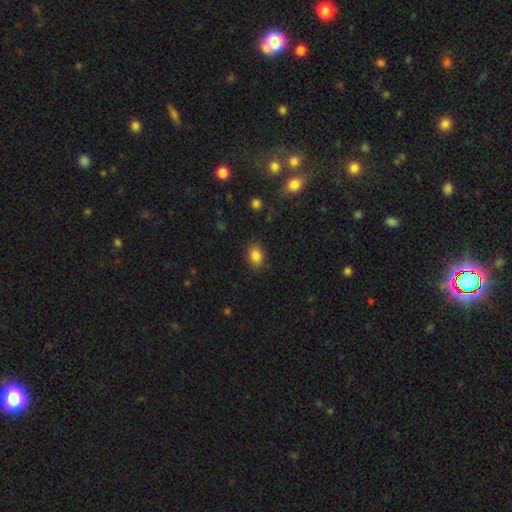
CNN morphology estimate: This appears to be a smooth galaxy with no disk features (84%) that is in between round and cigar-shaped (65%). Merging: none (85%).